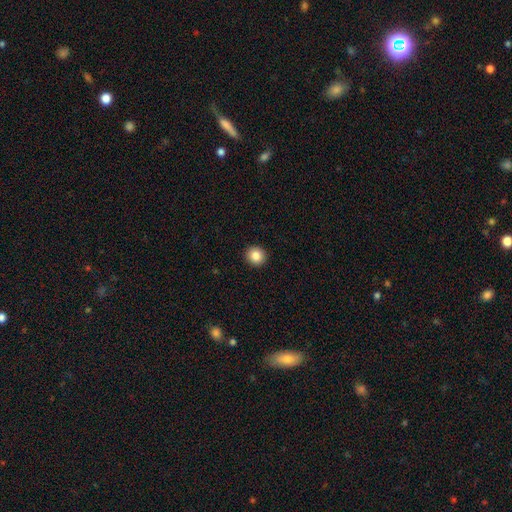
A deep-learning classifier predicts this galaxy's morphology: smooth 85%, star or artifact 10%, featured or disk 5%. Down the decision tree: how rounded — round (88%); merging — none (93%).